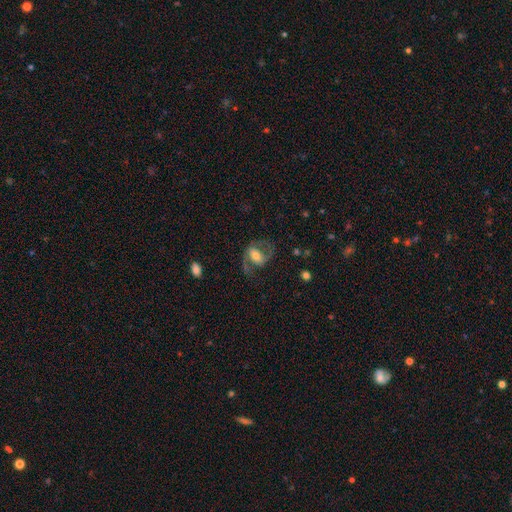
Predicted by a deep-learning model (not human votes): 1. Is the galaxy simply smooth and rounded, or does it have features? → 71% featured or disk, 22% smooth, 7% star or artifact.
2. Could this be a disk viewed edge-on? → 96% no, 4% yes.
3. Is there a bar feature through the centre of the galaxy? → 37% strong (tied), 37% weak (tied), 26% no.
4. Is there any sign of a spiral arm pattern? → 84% yes, 16% no.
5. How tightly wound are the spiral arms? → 53% medium, 32% loose, 15% tight.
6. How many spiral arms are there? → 86% 2, 6% 1, 5% can't tell, 1% 3, 1% 4, 1% more than 4.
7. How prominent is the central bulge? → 55% moderate, 28% small, 14% large, 2% none, 2% dominant.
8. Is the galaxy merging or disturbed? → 61% none, 20% major disturbance, 16% minor disturbance, 2% merger.